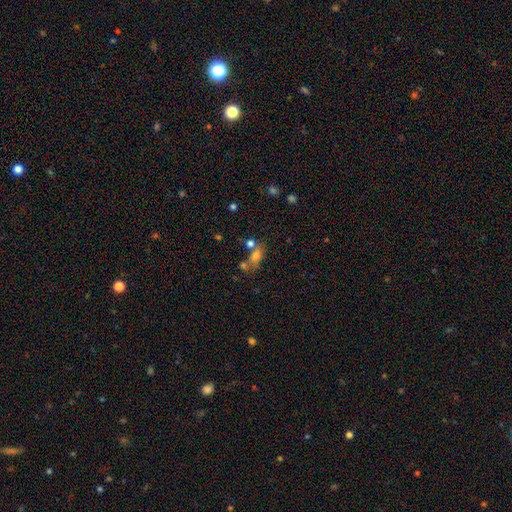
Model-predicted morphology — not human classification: smooth_or_featured: smooth (p=0.69) [alt: featured or disk p=0.17]
how_rounded: in between (p=0.73) [alt: round p=0.20]
merging: none (p=0.41) [alt: merger p=0.36]